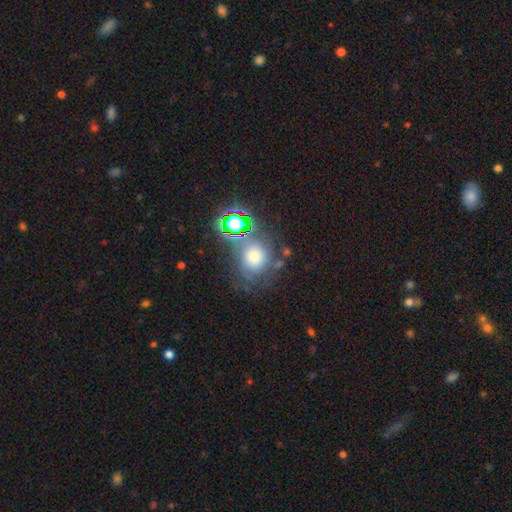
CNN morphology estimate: Overall: smooth (46%; star or artifact 32%). Merging: none (59%).